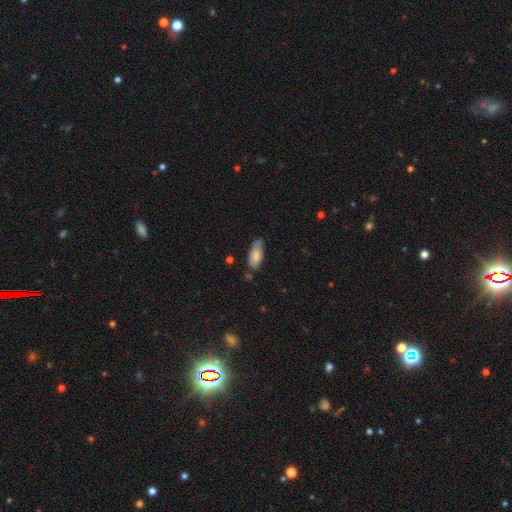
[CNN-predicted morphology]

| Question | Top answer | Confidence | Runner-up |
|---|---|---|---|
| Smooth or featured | smooth | 78% | featured or disk (16%) |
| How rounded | in between | 79% | cigar-shaped (19%) |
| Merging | none | 60% | minor disturbance (30%) |